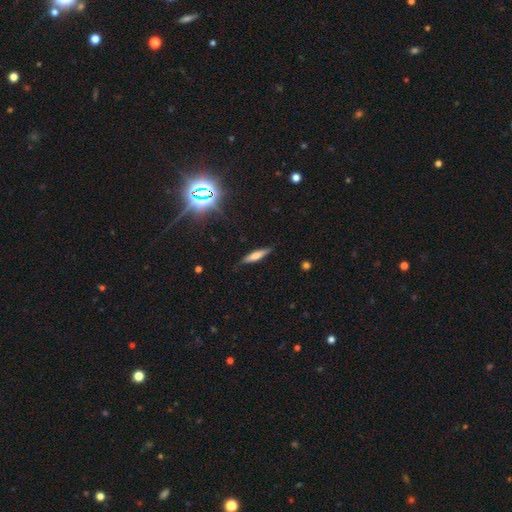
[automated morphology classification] A smooth galaxy with no disk features (52%) that is cigar-shaped (81%).

Vote fractions:
- Smooth or featured? smooth: 52% / featured or disk: 38% / star or artifact: 10%
- How rounded? cigar-shaped: 81% / in between: 17% / round: 2%
- Merging? none: 83% / minor disturbance: 13% / major disturbance: 3% / merger: 1%